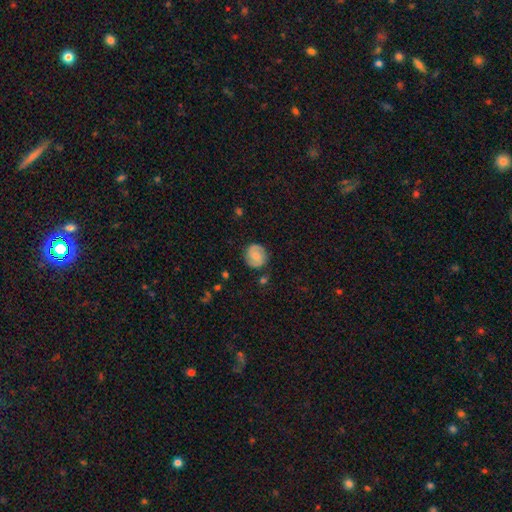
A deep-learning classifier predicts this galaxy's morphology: This is possibly a featured or disk galaxy (53%). It is clearly not viewed edge-on (98%). Bar: possibly weak (46%). Spiral arm pattern: clearly yes (91%). Central bulge: marginally small (37%). Merging: clearly none (82%).